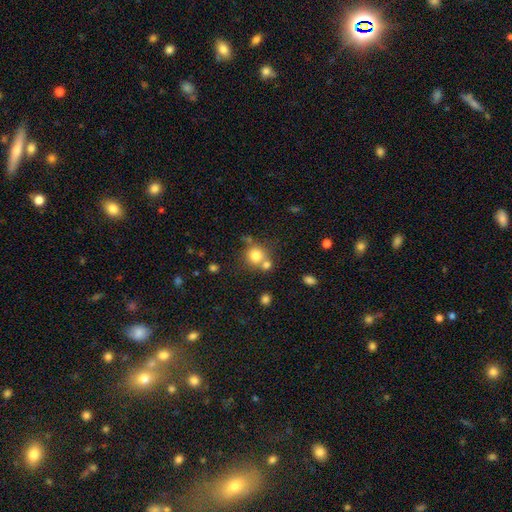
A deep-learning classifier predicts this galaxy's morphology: This appears to be a smooth galaxy with no disk features (77%) that is round (87%). Merging: none (56%).